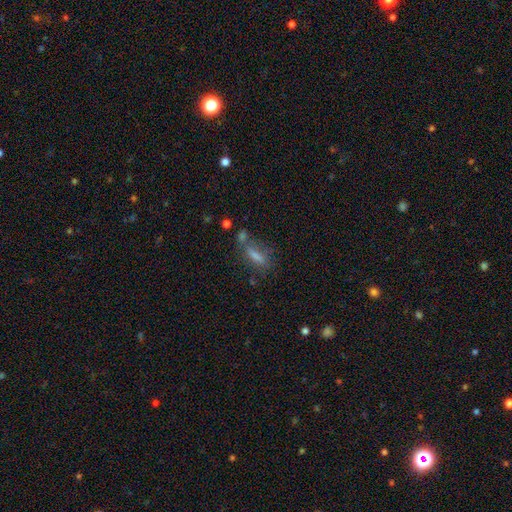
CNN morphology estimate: Overall: smooth (57%; featured or disk 25%). How rounded: cigar-shaped (52%; in between 44%). Merging: none (56%; minor disturbance 18%).